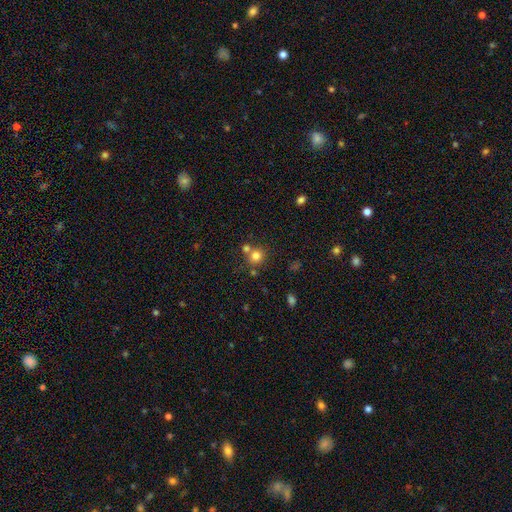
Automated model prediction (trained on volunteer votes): A smooth galaxy with no disk features (78%) that is round (89%). Merging: none (61%).